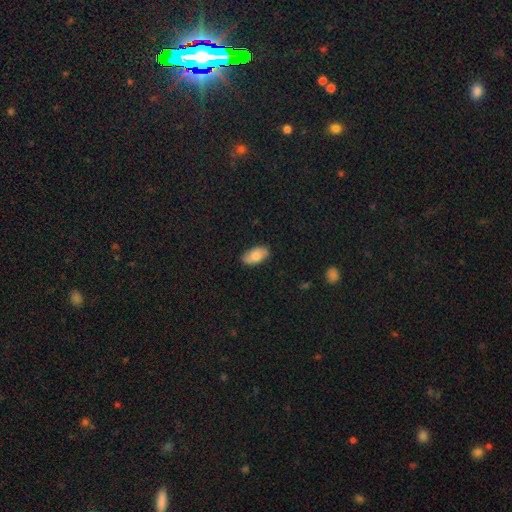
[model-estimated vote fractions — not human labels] This appears to be a smooth galaxy with no disk features (78%) that is in between round and cigar-shaped (95%). Merging: none (85%).